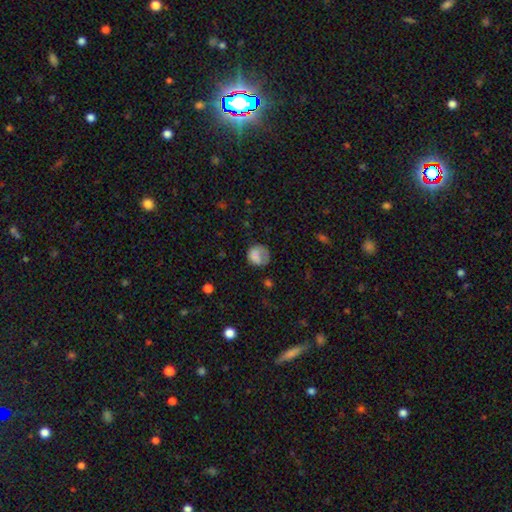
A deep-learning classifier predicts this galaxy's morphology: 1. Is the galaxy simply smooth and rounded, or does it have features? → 75% smooth, 16% featured or disk, 9% star or artifact.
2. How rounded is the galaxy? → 73% round, 26% in between, 1% cigar-shaped.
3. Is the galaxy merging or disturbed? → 46% none, 28% minor disturbance, 24% major disturbance, 2% merger.